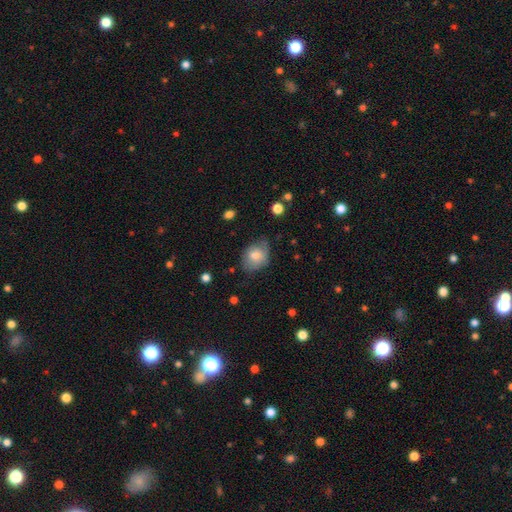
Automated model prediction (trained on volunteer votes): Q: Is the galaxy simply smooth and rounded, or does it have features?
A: smooth — 77%.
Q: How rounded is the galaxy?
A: in between — 69%.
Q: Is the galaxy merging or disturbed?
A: none — 57%.